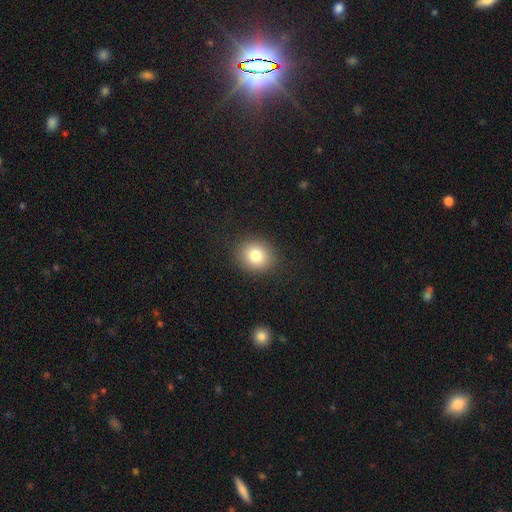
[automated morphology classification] Overall: smooth (81%). How rounded: round (74%). Merging: none (89%).